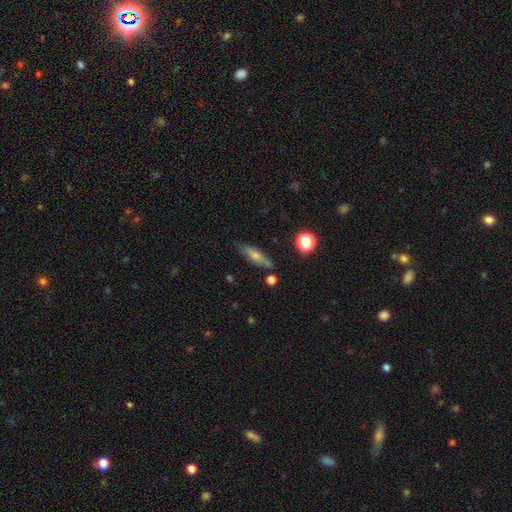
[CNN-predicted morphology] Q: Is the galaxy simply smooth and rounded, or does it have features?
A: smooth — 63%.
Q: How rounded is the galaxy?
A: cigar-shaped — 51%.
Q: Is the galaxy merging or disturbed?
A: none — 75%.